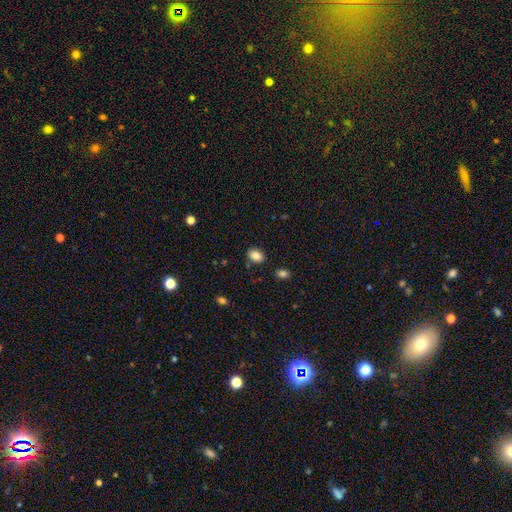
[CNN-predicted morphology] A smooth galaxy with no disk features (86%) that is in between round and cigar-shaped (75%).

Vote fractions:
- Smooth or featured? smooth: 86% / star or artifact: 9% / featured or disk: 5%
- How rounded? in between: 75% / round: 24% / cigar-shaped: 1%
- Merging? none: 84% / minor disturbance: 11% / major disturbance: 3% / merger: 3%